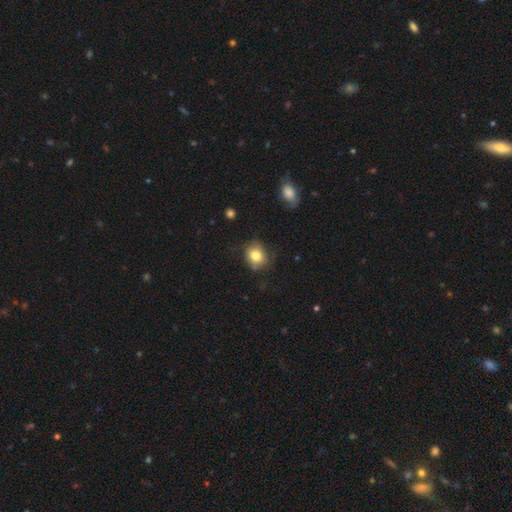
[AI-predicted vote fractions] Smooth or featured: smooth — 80% (featured or disk — 10%)
How rounded: round — 69% (in between — 30%)
Merging: none — 70% (minor disturbance — 22%)